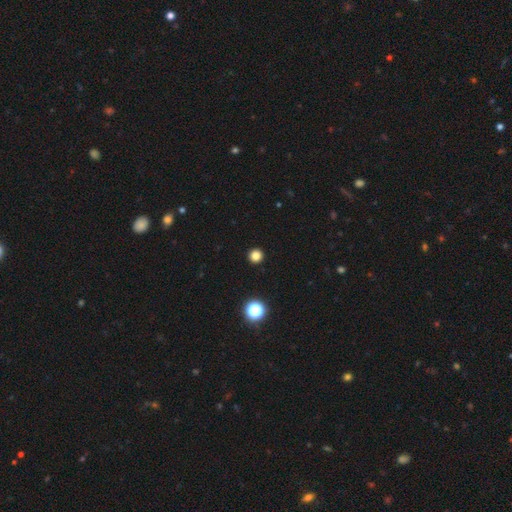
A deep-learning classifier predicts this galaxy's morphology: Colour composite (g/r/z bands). It shows a smooth galaxy with no disk features (82%) that is round (96%). Merging: none (94%).